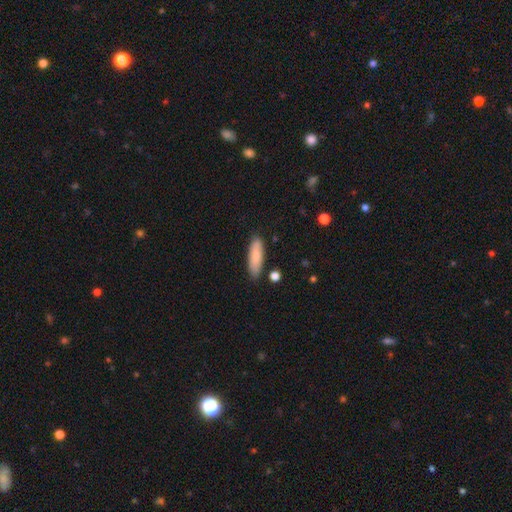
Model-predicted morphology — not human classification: Smooth or featured: smooth — 84% (featured or disk — 10%)
How rounded: cigar-shaped — 57% (in between — 41%)
Merging: none — 84% (minor disturbance — 11%)